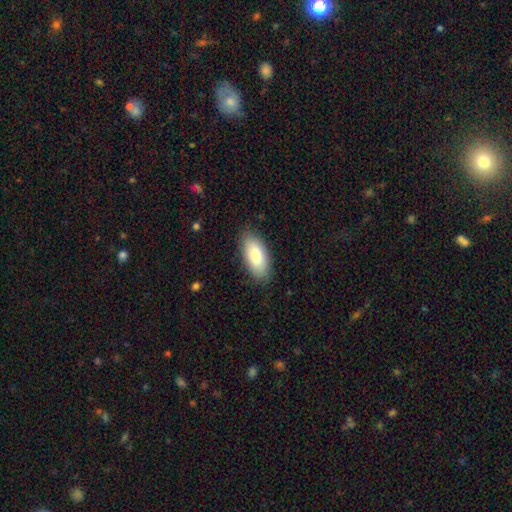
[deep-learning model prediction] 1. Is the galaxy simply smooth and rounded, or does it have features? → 86% smooth, 9% featured or disk, 6% star or artifact.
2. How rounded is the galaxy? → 91% in between, 7% cigar-shaped, 2% round.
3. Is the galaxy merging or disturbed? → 85% none, 11% minor disturbance, 3% major disturbance, 1% merger.